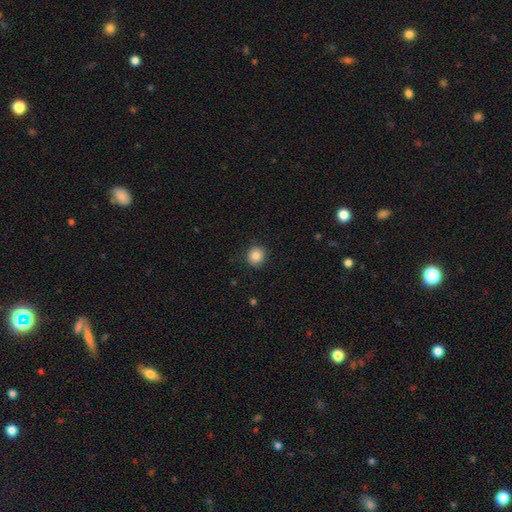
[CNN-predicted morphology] This appears to be a smooth galaxy with no disk features (85%) that is round (90%). Merging: none (88%).